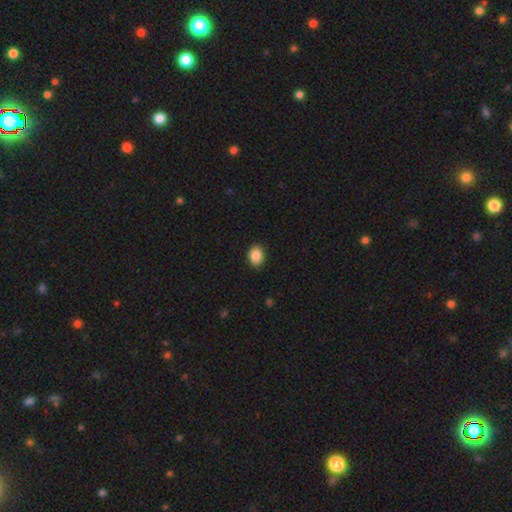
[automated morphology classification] Smooth or featured: smooth — 87% (star or artifact — 8%)
How rounded: in between — 65% (round — 34%)
Merging: none — 88% (minor disturbance — 9%)